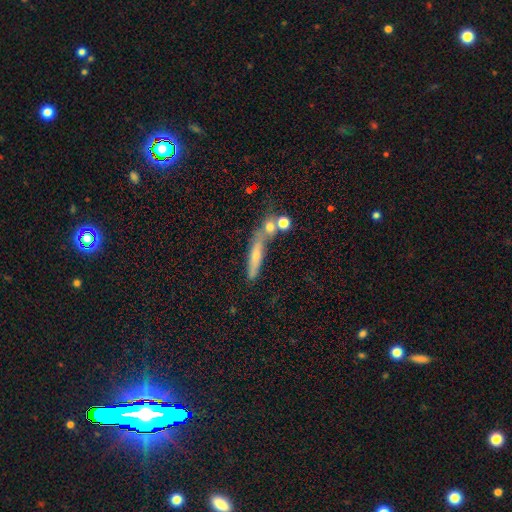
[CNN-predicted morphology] A featured or disk galaxy (46%). Merging: none (57%).